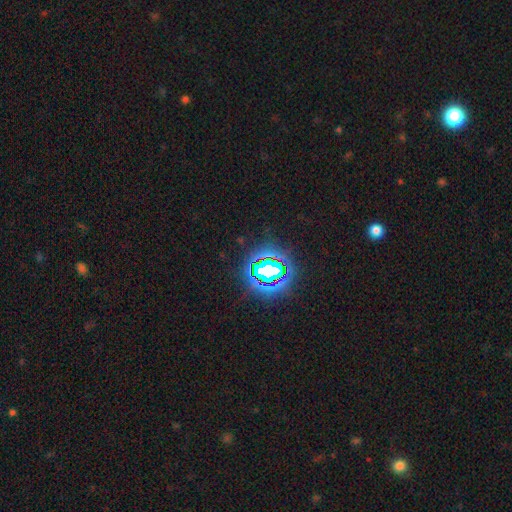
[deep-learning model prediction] smooth_or_featured: star or artifact (p=0.76) [alt: smooth p=0.13]